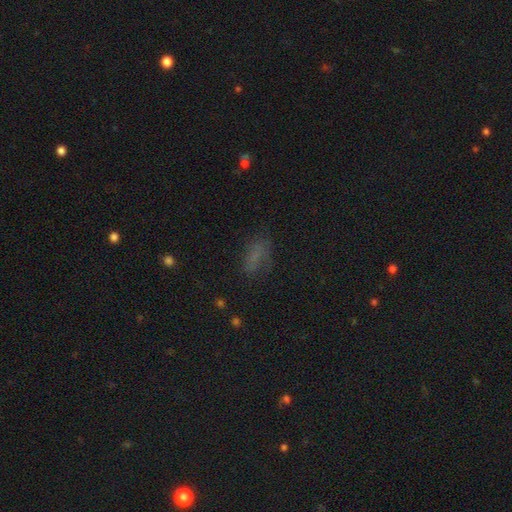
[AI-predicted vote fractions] The model was most divided on "merging": none: 61%, minor disturbance: 22%, major disturbance: 14%, merger: 3%. More confident: how rounded — in between (76%); smooth or featured — smooth (64%).